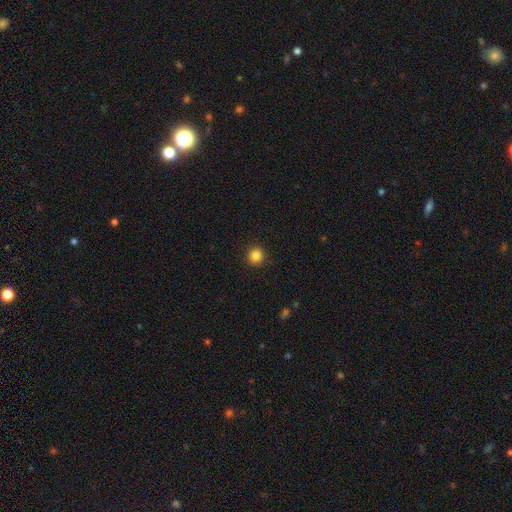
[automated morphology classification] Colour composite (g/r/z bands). It shows a smooth galaxy with no disk features (85%) that is round (93%). Merging: none (92%).